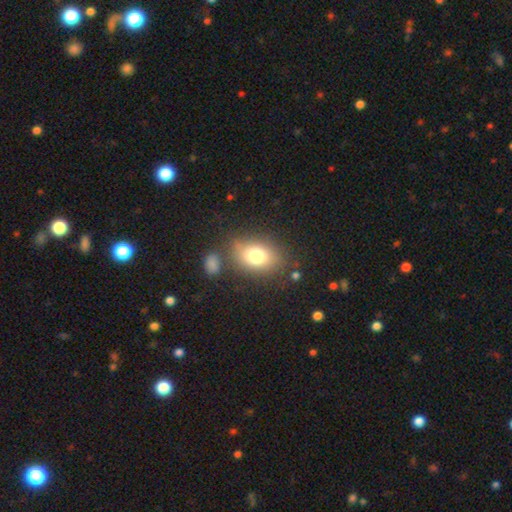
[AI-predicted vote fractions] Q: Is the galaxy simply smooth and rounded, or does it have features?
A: smooth — 76%.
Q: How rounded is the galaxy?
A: in between — 71%.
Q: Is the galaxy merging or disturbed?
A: none — 74%.